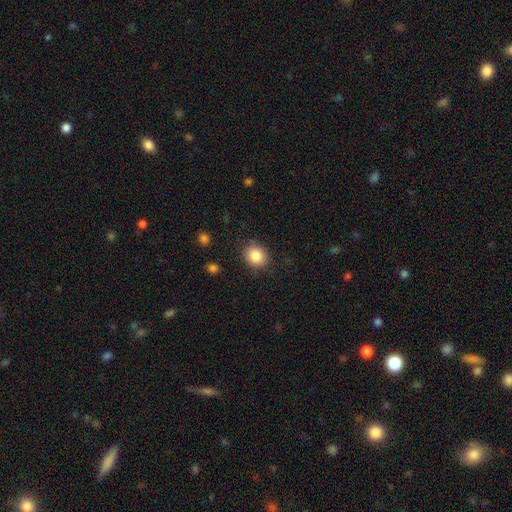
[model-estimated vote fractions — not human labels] smooth_or_featured: smooth (p=0.85) [alt: star or artifact p=0.09]
how_rounded: round (p=0.70) [alt: in between p=0.29]
merging: none (p=0.86) [alt: minor disturbance p=0.10]